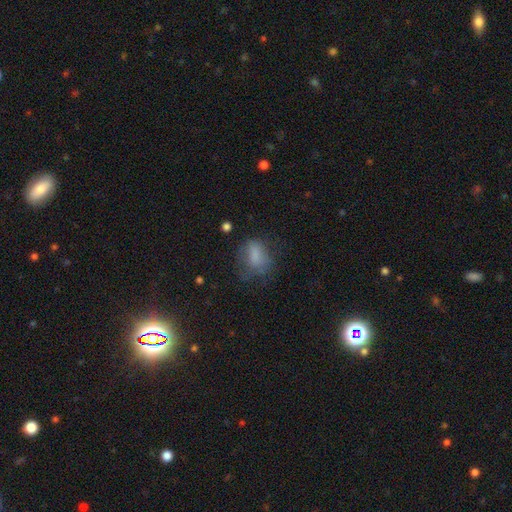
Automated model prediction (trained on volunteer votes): smooth_or_featured: smooth (p=0.71) [alt: featured or disk p=0.17]
how_rounded: in between (p=0.69) [alt: round p=0.29]
merging: none (p=0.45) [alt: minor disturbance p=0.27]